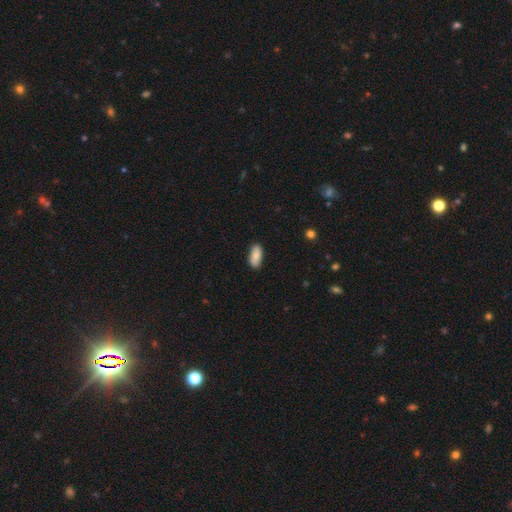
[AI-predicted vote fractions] This is clearly a smooth galaxy (84%). How rounded: clearly in between (90%). Merging: clearly none (86%).